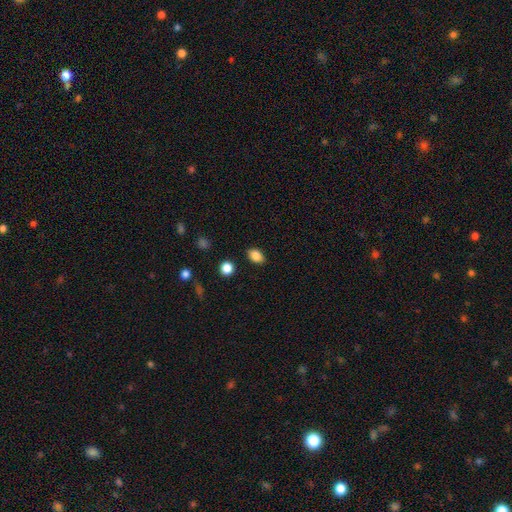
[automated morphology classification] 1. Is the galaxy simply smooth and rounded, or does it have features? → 86% smooth, 9% star or artifact, 5% featured or disk.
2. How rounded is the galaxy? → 81% in between, 17% round, 1% cigar-shaped.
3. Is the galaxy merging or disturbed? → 86% none, 9% minor disturbance, 2% major disturbance, 2% merger.